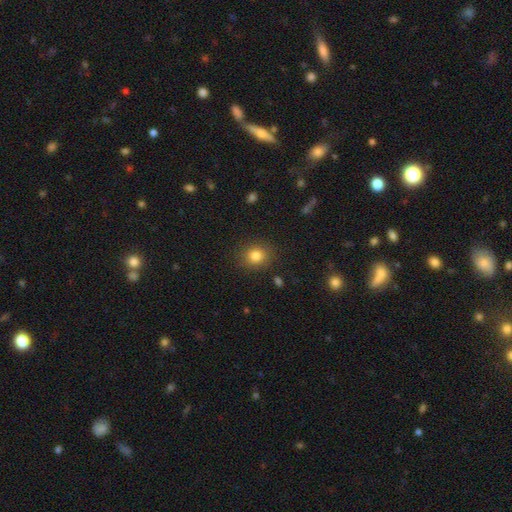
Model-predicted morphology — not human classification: Q: Smooth or featured?
A: smooth (82%); runner-up: star or artifact (12%)
Q: How rounded?
A: round (74%); runner-up: in between (25%)
Q: Merging?
A: none (87%); runner-up: minor disturbance (9%)